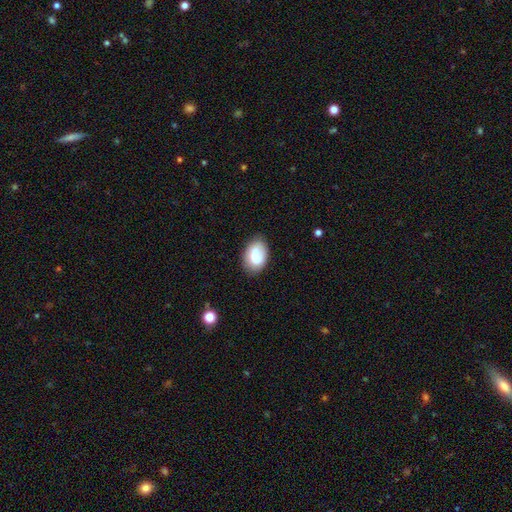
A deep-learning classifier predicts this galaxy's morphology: A smooth galaxy with no disk features (64%) that is in between round and cigar-shaped (87%). Merging: none (73%).